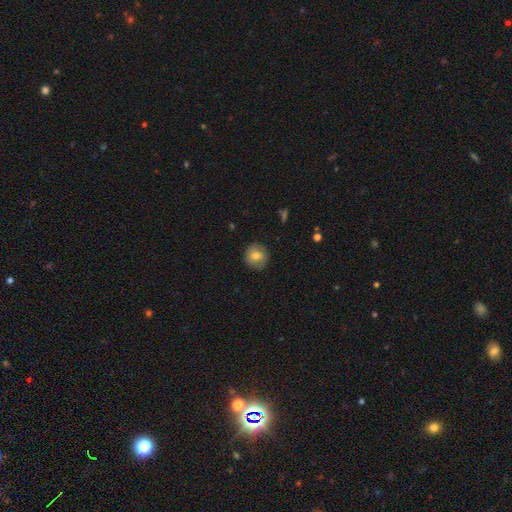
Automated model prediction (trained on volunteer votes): Q: Smooth or featured?
A: smooth (73%); runner-up: featured or disk (18%)
Q: How rounded?
A: round (88%); runner-up: in between (11%)
Q: Merging?
A: none (84%); runner-up: minor disturbance (12%)